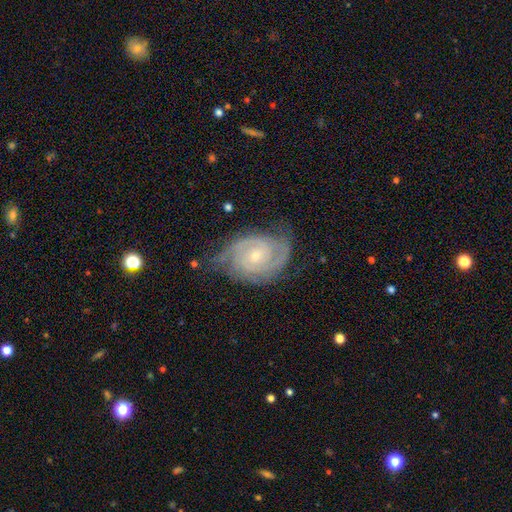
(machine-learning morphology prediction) type=featured or disk (90%); edge-on=no (97%); bar=no (65%); spiral arms=yes (98%); winding=tight (69%); arm count=2 (57%); bulge=small (68%); merging=none (68%).